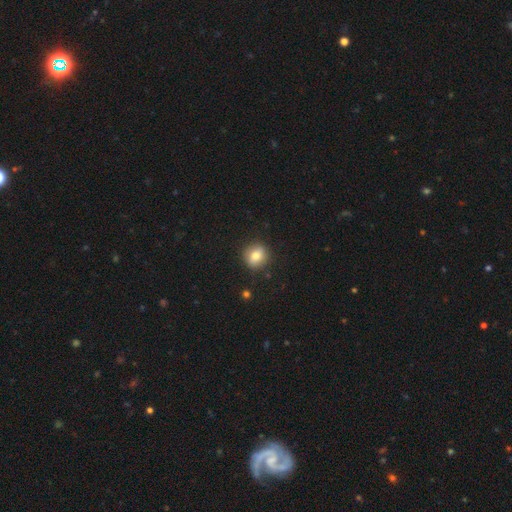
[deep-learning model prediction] A smooth galaxy with no disk features (80%) that is round (78%).

Vote fractions:
- Smooth or featured? smooth: 80% / featured or disk: 10% / star or artifact: 10%
- How rounded? round: 78% / in between: 21% / cigar-shaped: 1%
- Merging? none: 87% / minor disturbance: 9% / major disturbance: 2% / merger: 1%